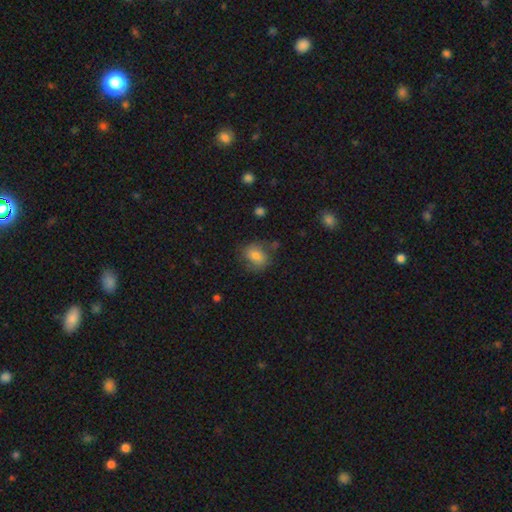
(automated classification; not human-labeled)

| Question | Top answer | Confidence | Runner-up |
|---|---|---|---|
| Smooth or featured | smooth | 72% | featured or disk (19%) |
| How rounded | in between | 53% | round (46%) |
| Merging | none | 65% | minor disturbance (22%) |